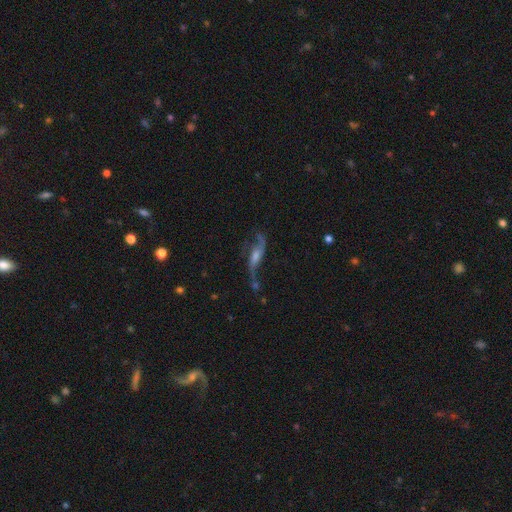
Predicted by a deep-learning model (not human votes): Smooth or featured? featured or disk (80%)
Edge-on disk? no (79%)
Bar? no (48%)
Spiral arms? yes (91%)
Spiral winding? loose (86%)
Spiral arm count? 2 (88%)
Bulge size? moderate (42%)
Merging? none (52%)